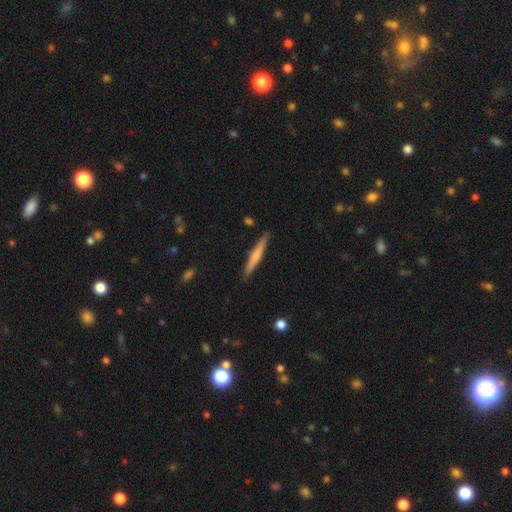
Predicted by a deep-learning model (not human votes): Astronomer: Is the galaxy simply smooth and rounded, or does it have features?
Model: smooth — 56% (runner-up: featured or disk, 38%).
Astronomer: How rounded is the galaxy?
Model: cigar-shaped — 95%.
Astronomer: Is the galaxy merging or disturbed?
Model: none — 89%.